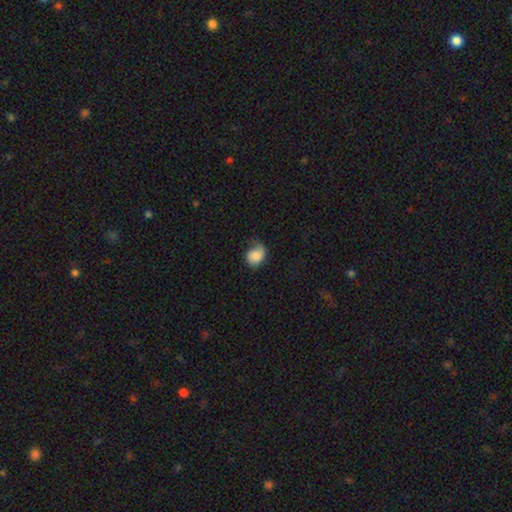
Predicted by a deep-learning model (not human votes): This is clearly a smooth galaxy (82%). How rounded: possibly round (50%). Merging: marginally minor disturbance (40%, tied with none).